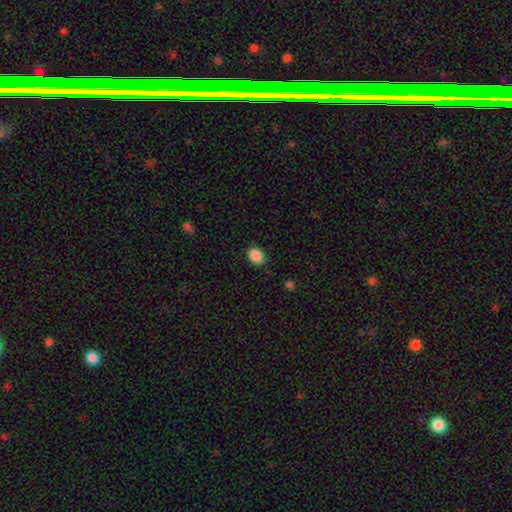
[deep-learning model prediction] smooth-or-featured: smooth: 89% | star or artifact: 8% | featured or disk: 3%
  how-rounded: in between: 70% | round: 29% | cigar-shaped: 1%
  merging: none: 86% | minor disturbance: 11% | major disturbance: 2% | merger: 1%